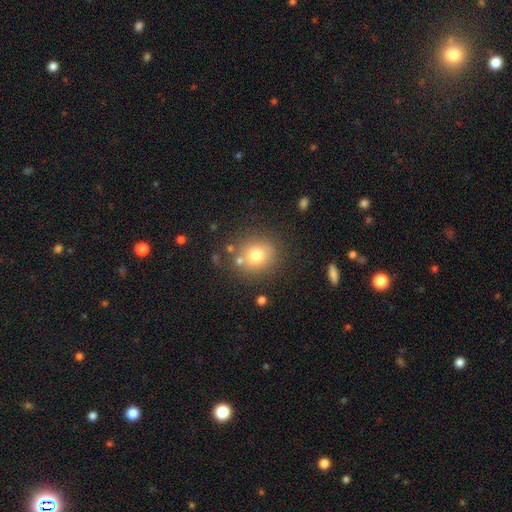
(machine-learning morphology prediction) Smooth or featured: smooth — 74% (star or artifact — 13%)
How rounded: round — 84% (in between — 15%)
Merging: none — 76% (minor disturbance — 11%)